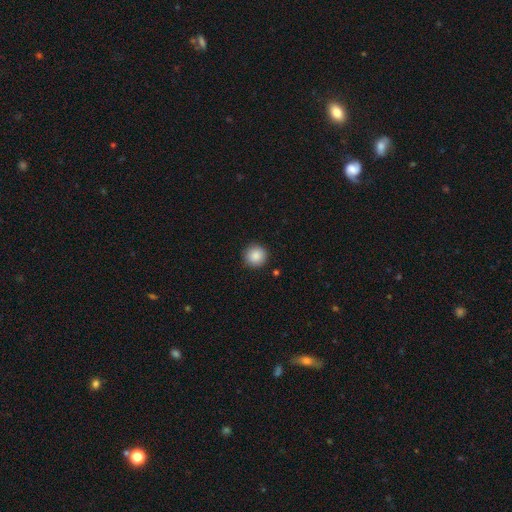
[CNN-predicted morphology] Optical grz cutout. It shows a smooth galaxy with no disk features (88%) that is round (95%). Merging: none (91%).